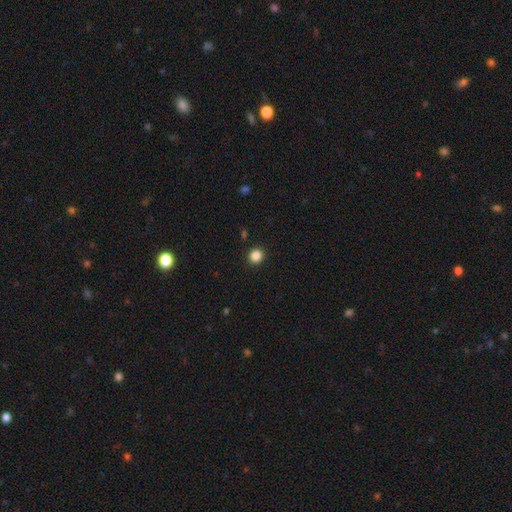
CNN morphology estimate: A smooth galaxy with no disk features (85%) that is round (86%). Merging: none (92%).